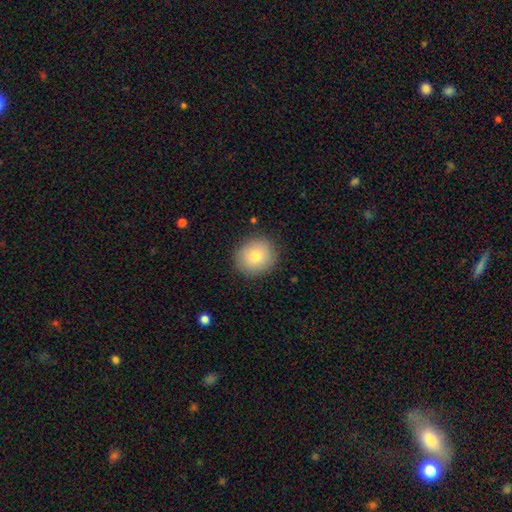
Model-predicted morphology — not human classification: This is likely a smooth galaxy (80%). How rounded: clearly round (84%). Merging: clearly none (87%).